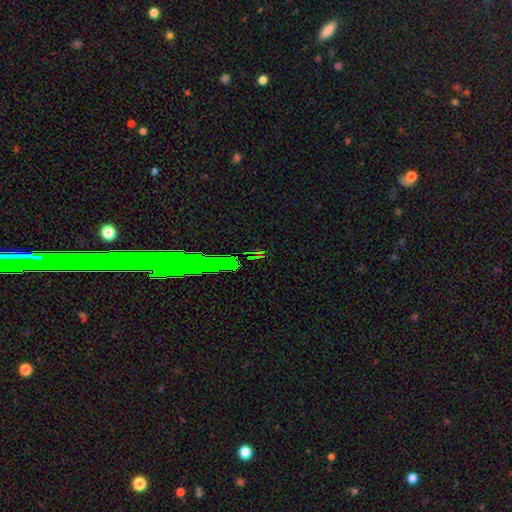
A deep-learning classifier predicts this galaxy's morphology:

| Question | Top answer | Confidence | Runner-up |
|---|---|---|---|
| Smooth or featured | star or artifact | 60% | smooth (23%) |